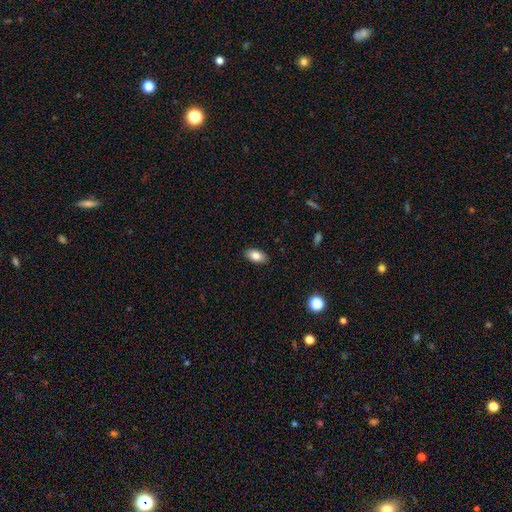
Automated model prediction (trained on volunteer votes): Overall: smooth (84%). How rounded: in between (92%). Merging: none (89%).